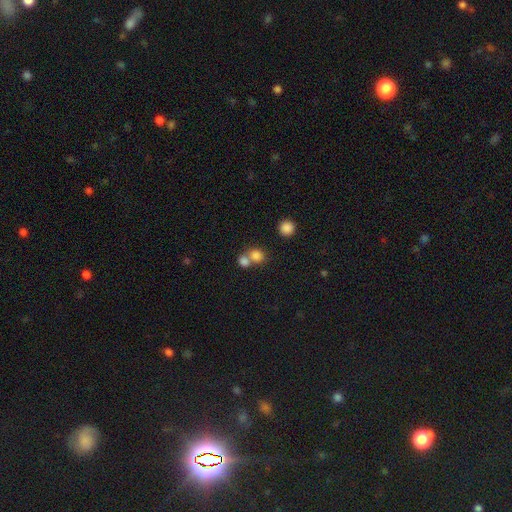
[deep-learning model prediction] smooth-or-featured: smooth: 80% | star or artifact: 12% | featured or disk: 8%
  how-rounded: round: 70% | in between: 28% | cigar-shaped: 1%
  merging: merger: 49% | none: 42% | minor disturbance: 6% | major disturbance: 3%